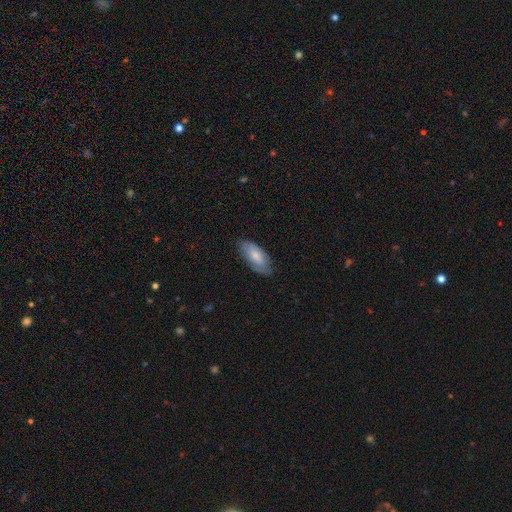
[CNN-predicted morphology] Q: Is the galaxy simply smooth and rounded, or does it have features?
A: smooth — 70%.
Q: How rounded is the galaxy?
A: in between — 87%.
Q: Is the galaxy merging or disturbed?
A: none — 76%.